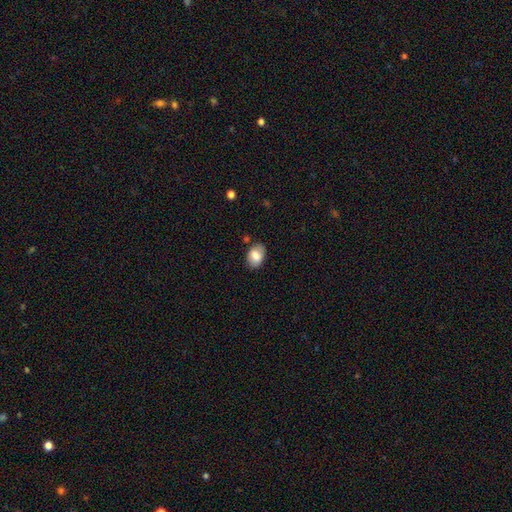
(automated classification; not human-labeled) Q: Smooth or featured?
A: smooth (80%); runner-up: featured or disk (13%)
Q: How rounded?
A: in between (85%); runner-up: round (14%)
Q: Merging?
A: none (78%); runner-up: minor disturbance (16%)